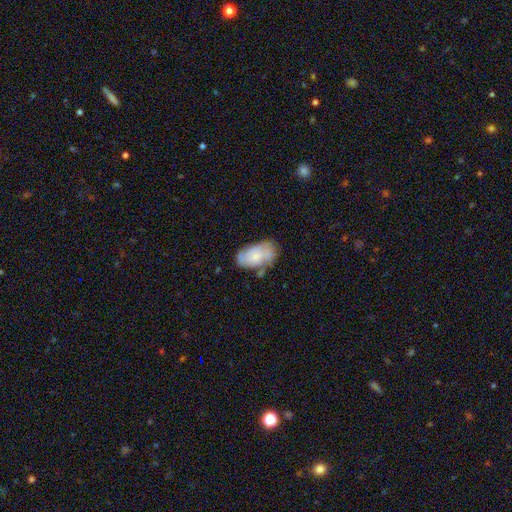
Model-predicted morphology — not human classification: A smooth galaxy with no disk features (49%). Merging: none (58%).